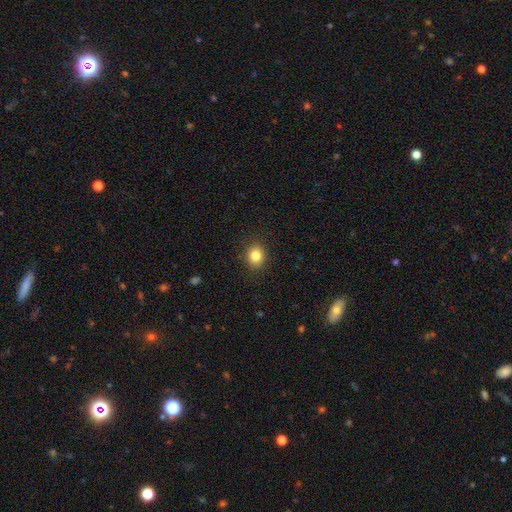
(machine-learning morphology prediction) smooth_or_featured: smooth (p=0.83) [alt: star or artifact p=0.11]
how_rounded: round (p=0.67) [alt: in between p=0.32]
merging: none (p=0.89) [alt: minor disturbance p=0.07]